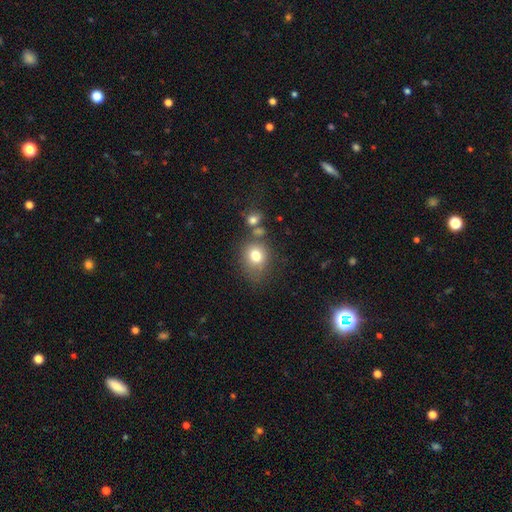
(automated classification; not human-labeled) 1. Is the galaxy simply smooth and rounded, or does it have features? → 77% smooth, 11% star or artifact, 11% featured or disk.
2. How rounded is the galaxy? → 66% round, 33% in between, 1% cigar-shaped.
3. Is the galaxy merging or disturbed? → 58% none, 18% minor disturbance, 16% merger, 8% major disturbance.